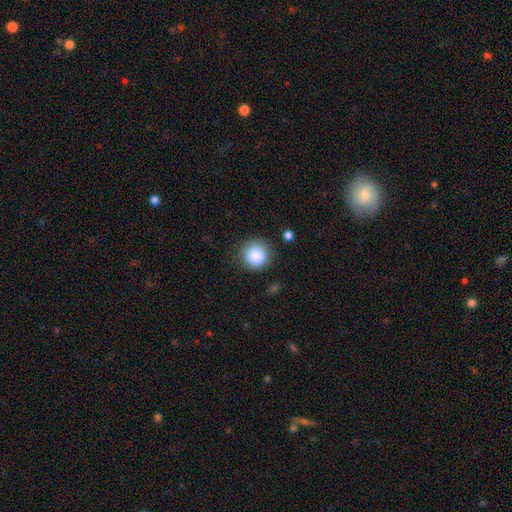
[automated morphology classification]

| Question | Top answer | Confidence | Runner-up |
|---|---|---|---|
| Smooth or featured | smooth | 85% | star or artifact (9%) |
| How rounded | round | 93% | in between (6%) |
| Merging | none | 84% | minor disturbance (11%) |